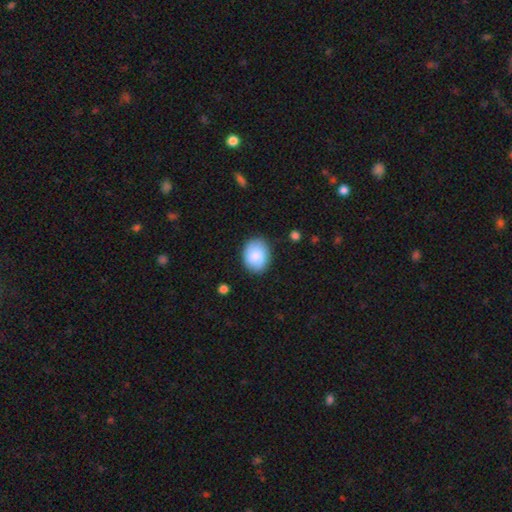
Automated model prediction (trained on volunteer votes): Smooth or featured: smooth — 81% (featured or disk — 13%)
How rounded: in between — 58% (round — 41%)
Merging: none — 82% (minor disturbance — 14%)